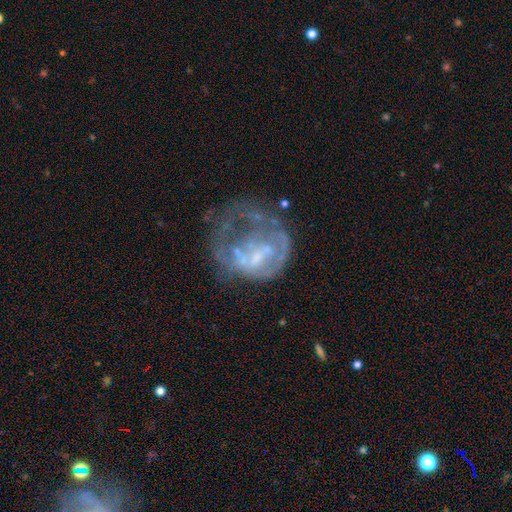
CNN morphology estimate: smooth_or_featured: featured or disk (p=0.66) [alt: smooth p=0.22]
disk_edge_on: no (p=0.98) [alt: yes p=0.02]
bar: no (p=0.71) [alt: weak p=0.23]
has_spiral_arms: no (p=0.75) [alt: yes p=0.25]
bulge_size: none (p=0.45) [alt: small p=0.31]
merging: major disturbance (p=0.48) [alt: none p=0.25]